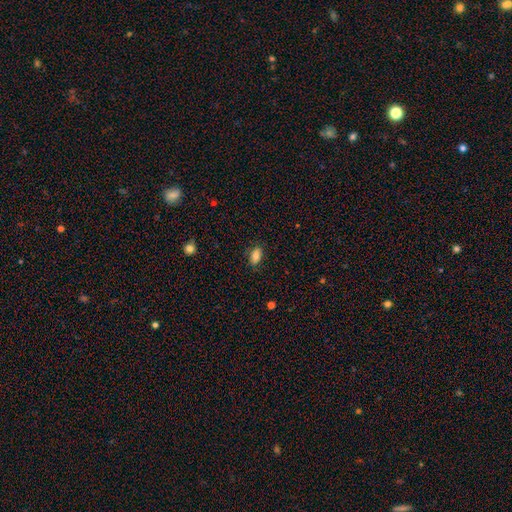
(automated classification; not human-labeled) Q: Smooth or featured?
A: smooth (83%); runner-up: star or artifact (9%)
Q: How rounded?
A: in between (89%); runner-up: round (5%)
Q: Merging?
A: none (84%); runner-up: minor disturbance (13%)